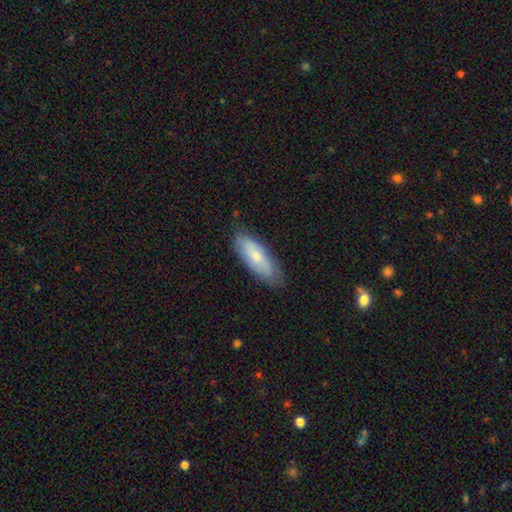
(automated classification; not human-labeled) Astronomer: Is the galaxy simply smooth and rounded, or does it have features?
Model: smooth — 72%.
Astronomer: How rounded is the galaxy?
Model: in between — 64%.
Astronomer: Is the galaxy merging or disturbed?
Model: none — 79%.